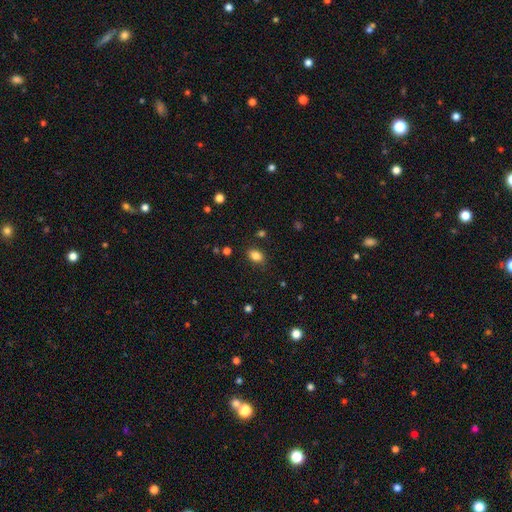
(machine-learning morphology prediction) The model was most divided on "how rounded": in between: 80%, round: 19%, cigar-shaped: 1%. More confident: smooth or featured — smooth (84%); merging — none (83%).